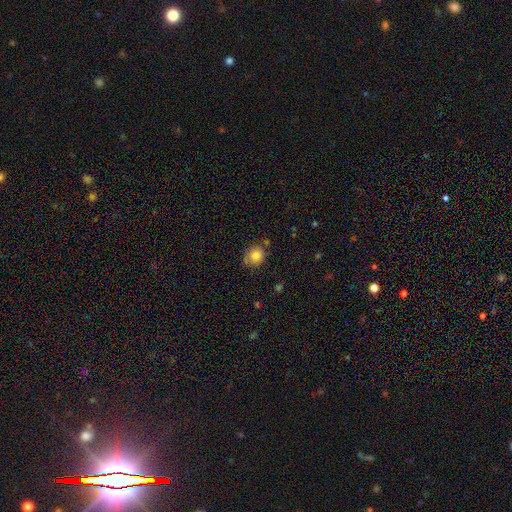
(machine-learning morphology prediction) Smooth or featured: smooth — 83% (star or artifact — 9%)
How rounded: round — 81% (in between — 18%)
Merging: none — 70% (minor disturbance — 20%)